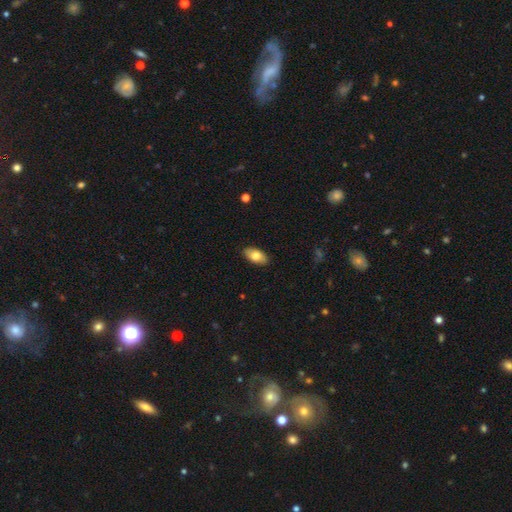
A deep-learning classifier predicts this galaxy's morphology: Smooth or featured?
  - smooth: 79% *
  - featured or disk: 14%
  - star or artifact: 6%
How rounded?
  - in between: 94% *
  - cigar-shaped: 3%
  - round: 3%
Merging?
  - none: 88% *
  - minor disturbance: 9%
  - major disturbance: 2%
  - merger: 1%